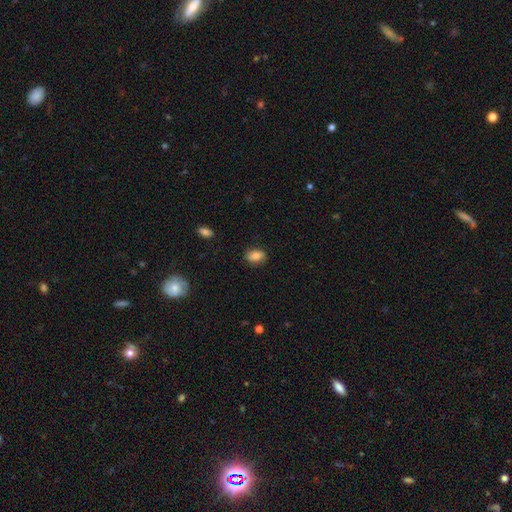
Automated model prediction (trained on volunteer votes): Morphology: type=smooth (83%); roundness=in between (83%); merging=none (83%).